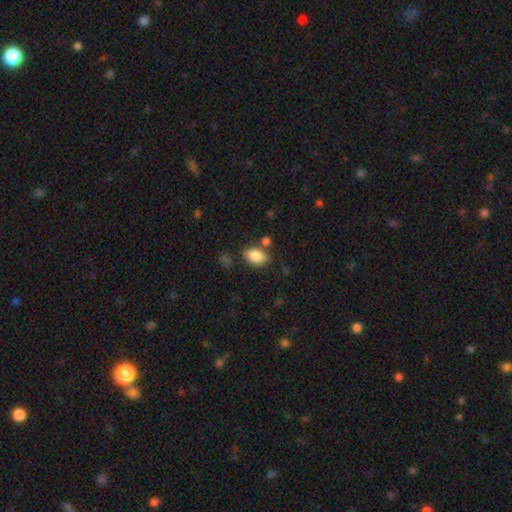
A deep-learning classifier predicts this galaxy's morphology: Smooth or featured: smooth — 87% (star or artifact — 8%)
How rounded: in between — 88% (round — 10%)
Merging: none — 72% (minor disturbance — 14%)